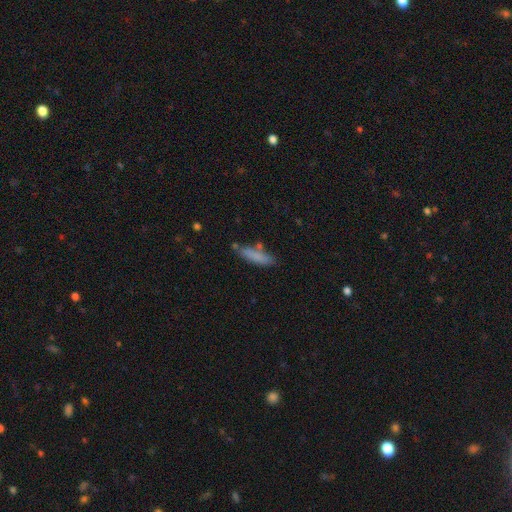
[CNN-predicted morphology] This is clearly a smooth galaxy (82%). How rounded: likely cigar-shaped (68%). Merging: likely none (71%).